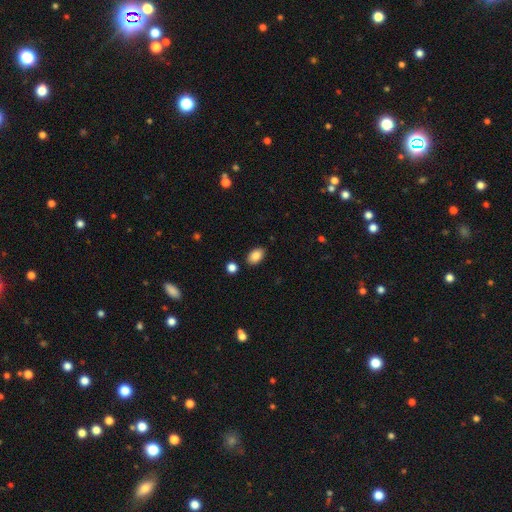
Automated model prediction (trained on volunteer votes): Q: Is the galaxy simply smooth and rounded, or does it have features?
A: smooth — 86%.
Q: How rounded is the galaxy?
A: in between — 89%.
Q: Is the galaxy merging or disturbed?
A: none — 85%.